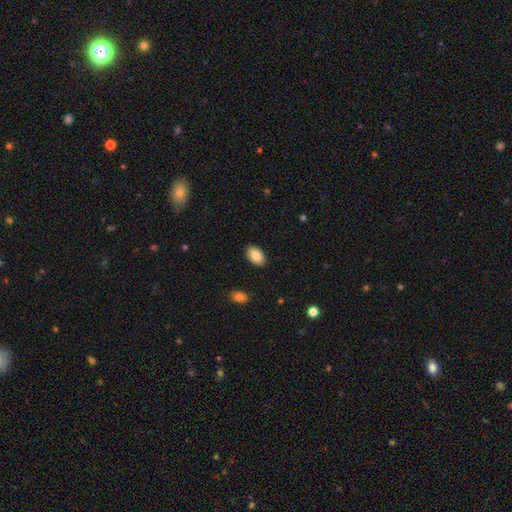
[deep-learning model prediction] Morphology: type=smooth (86%); roundness=in between (92%); merging=none (89%).